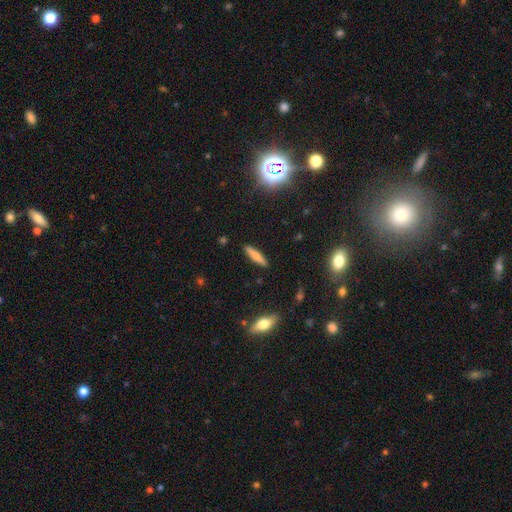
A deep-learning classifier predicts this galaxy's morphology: A smooth galaxy with no disk features (72%) that is cigar-shaped (82%).

Vote fractions:
- Smooth or featured? smooth: 72% / featured or disk: 19% / star or artifact: 8%
- How rounded? cigar-shaped: 82% / in between: 16% / round: 2%
- Merging? none: 90% / minor disturbance: 7% / major disturbance: 2% / merger: 1%